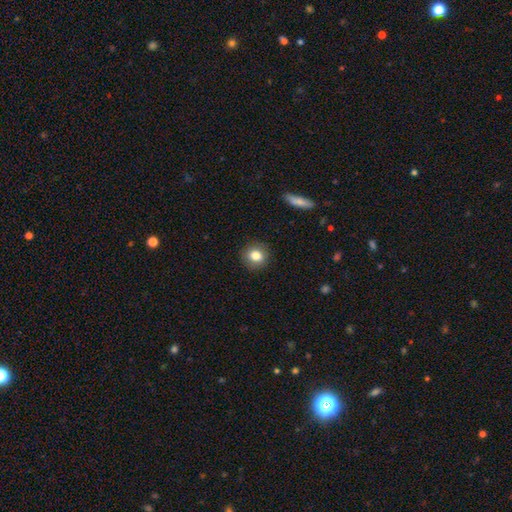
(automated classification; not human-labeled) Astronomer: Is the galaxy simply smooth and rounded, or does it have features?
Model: smooth — 82%.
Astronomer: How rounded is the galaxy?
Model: round — 88%.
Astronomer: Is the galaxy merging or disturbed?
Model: none — 91%.